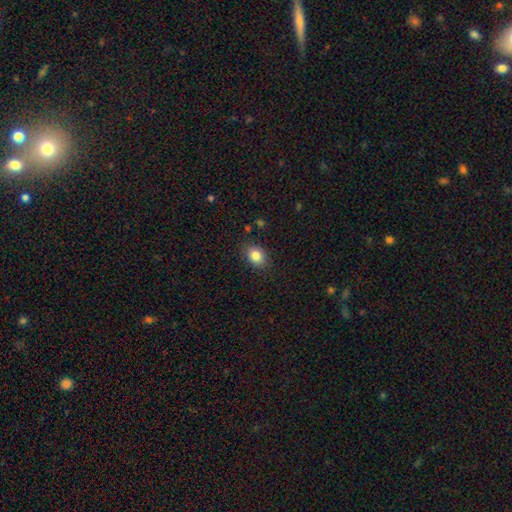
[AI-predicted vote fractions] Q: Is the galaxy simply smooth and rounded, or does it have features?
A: smooth — 84%.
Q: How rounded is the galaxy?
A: in between — 65%.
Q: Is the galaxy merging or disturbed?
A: none — 86%.